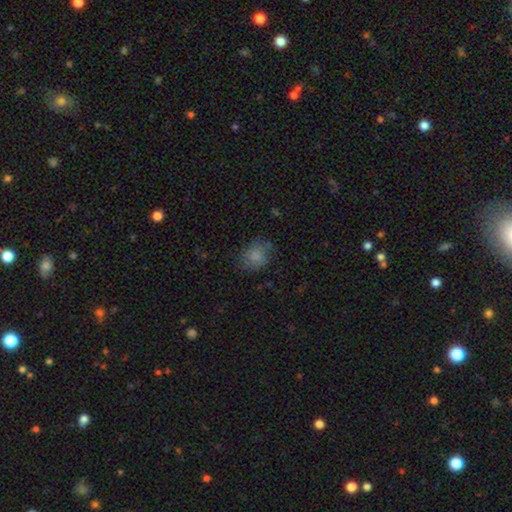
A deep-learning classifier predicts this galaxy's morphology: Smooth or featured: smooth — 81% (star or artifact — 11%)
How rounded: round — 65% (in between — 34%)
Merging: none — 67% (minor disturbance — 22%)